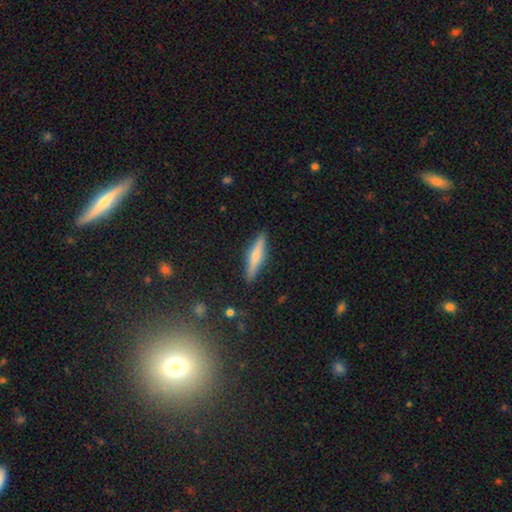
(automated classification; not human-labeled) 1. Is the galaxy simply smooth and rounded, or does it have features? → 55% smooth, 38% featured or disk, 7% star or artifact.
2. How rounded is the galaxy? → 82% cigar-shaped, 16% in between, 2% round.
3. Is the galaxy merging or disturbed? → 87% none, 10% minor disturbance, 2% major disturbance, 1% merger.